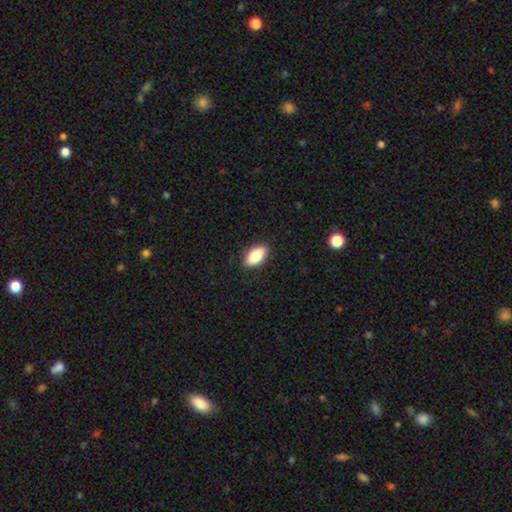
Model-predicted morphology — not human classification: Smooth or featured: smooth — 82% (featured or disk — 11%)
How rounded: in between — 90% (cigar-shaped — 5%)
Merging: none — 88% (minor disturbance — 9%)